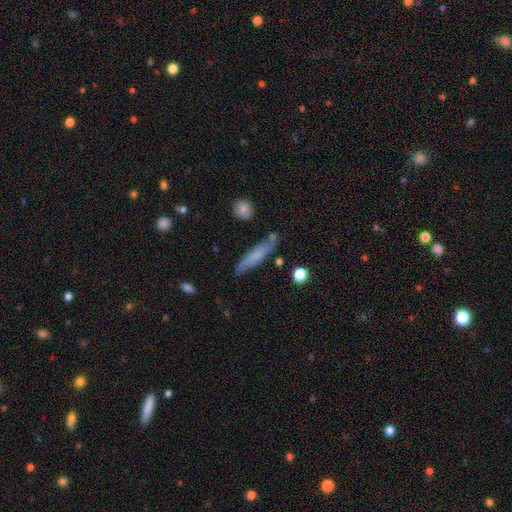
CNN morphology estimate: Overall: smooth (61%; featured or disk 32%). How rounded: cigar-shaped (81%). Merging: none (73%).